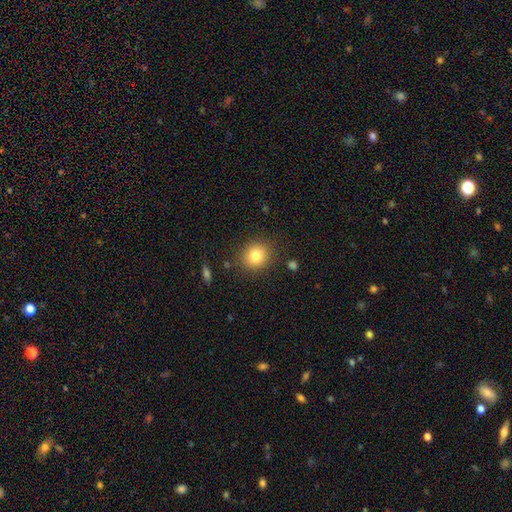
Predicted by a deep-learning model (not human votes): A smooth galaxy with no disk features (81%) that is round (80%).

Vote fractions:
- Smooth or featured? smooth: 81% / star or artifact: 11% / featured or disk: 9%
- How rounded? round: 80% / in between: 19% / cigar-shaped: 1%
- Merging? none: 86% / minor disturbance: 9% / major disturbance: 3% / merger: 2%